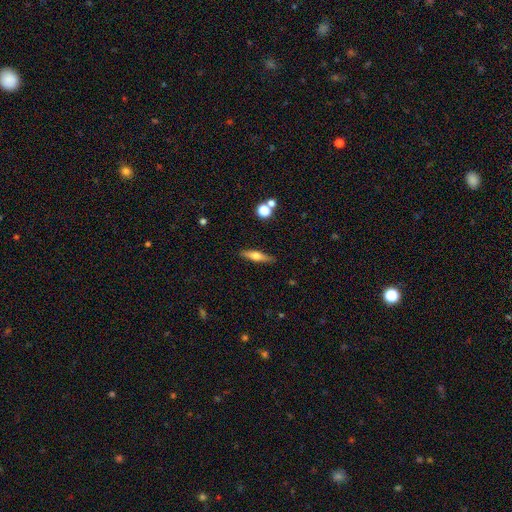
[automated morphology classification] A smooth galaxy with no disk features (51%) that is cigar-shaped (74%). Merging: none (86%).